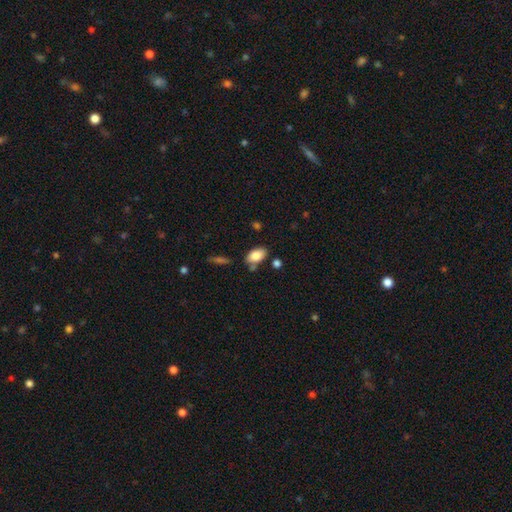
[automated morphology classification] smooth 84%, featured or disk 9%, star or artifact 7%. Down the decision tree: how rounded — in between (92%); merging — none (70%).